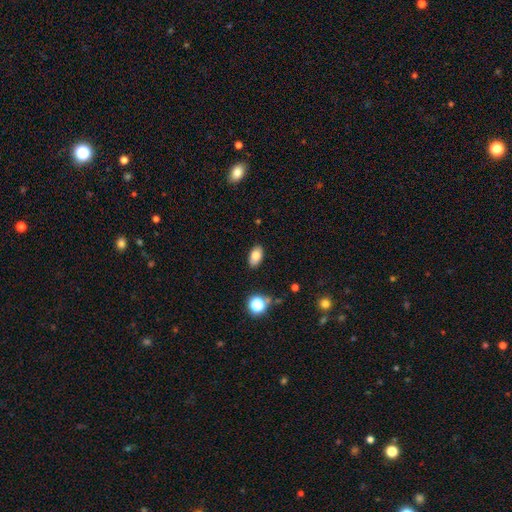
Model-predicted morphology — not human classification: smooth-or-featured: smooth: 78% | featured or disk: 11% | star or artifact: 10%
  how-rounded: in between: 90% | round: 8% | cigar-shaped: 2%
  merging: none: 86% | minor disturbance: 10% | major disturbance: 2% | merger: 2%